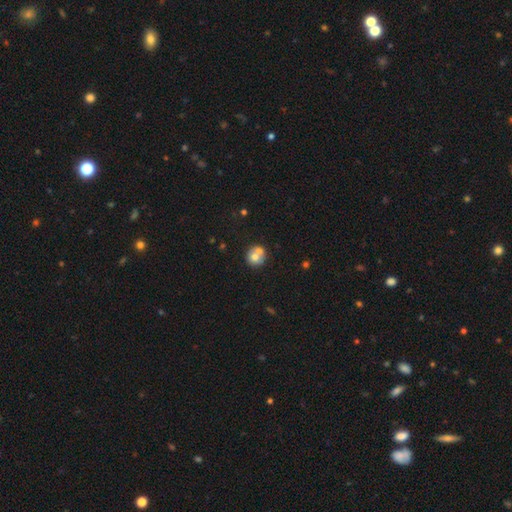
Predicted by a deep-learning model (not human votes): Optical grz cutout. It shows a smooth galaxy with no disk features (67%) that is round (85%). Merging: merger (48%).